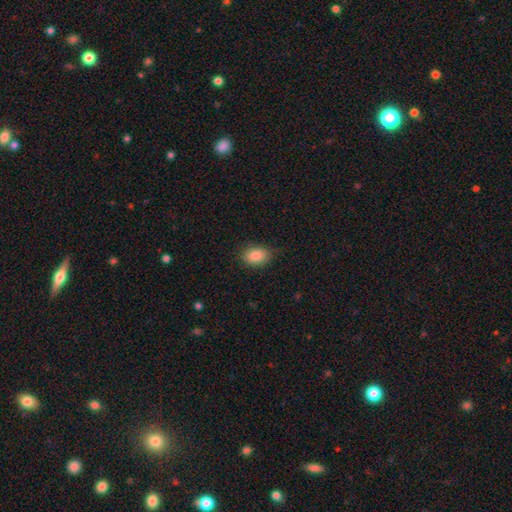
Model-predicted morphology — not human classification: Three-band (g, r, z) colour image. It shows a smooth galaxy with no disk features (87%) that is in between round and cigar-shaped (82%). Merging: none (79%).